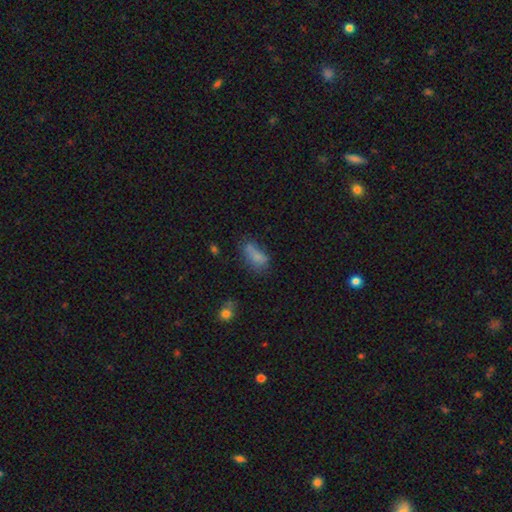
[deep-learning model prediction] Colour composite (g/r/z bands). It shows a smooth galaxy with no disk features (71%) that is in between round and cigar-shaped (84%). Merging: none (38%).